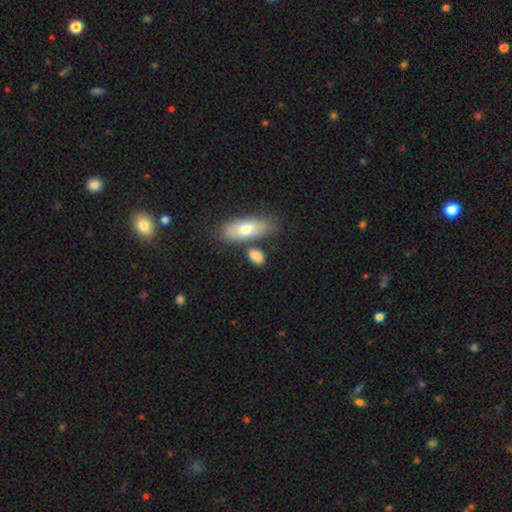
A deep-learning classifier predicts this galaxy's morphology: Overall: smooth (83%). How rounded: in between (76%). Merging: none (65%).